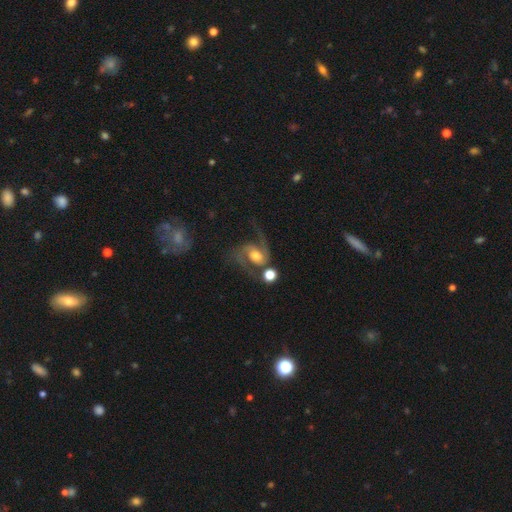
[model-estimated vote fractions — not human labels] Q: Smooth or featured?
A: featured or disk (85%); runner-up: smooth (9%)
Q: Edge-on disk?
A: no (98%); runner-up: yes (2%)
Q: Bar?
A: no (54%); runner-up: weak (36%)
Q: Spiral arms?
A: yes (96%); runner-up: no (4%)
Q: Spiral winding?
A: medium (48%); runner-up: loose (40%)
Q: Spiral arm count?
A: 2 (86%); runner-up: 1 (5%)
Q: Bulge size?
A: moderate (64%); runner-up: large (16%)
Q: Merging?
A: none (49%); runner-up: major disturbance (19%)